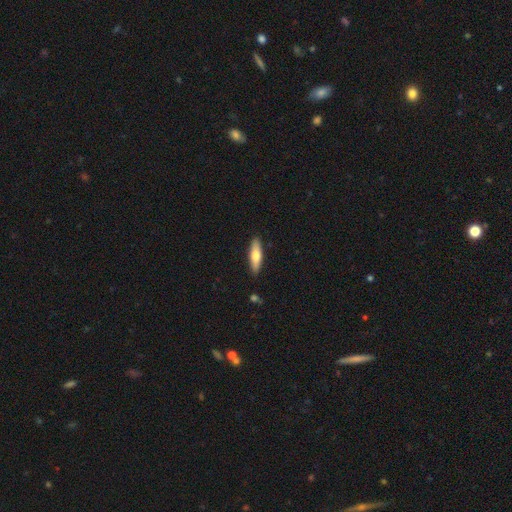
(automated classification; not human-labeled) A smooth galaxy with no disk features (65%) that is cigar-shaped (63%).

Vote fractions:
- Smooth or featured? smooth: 65% / featured or disk: 29% / star or artifact: 6%
- How rounded? cigar-shaped: 63% / in between: 35% / round: 2%
- Merging? none: 89% / minor disturbance: 8% / major disturbance: 2% / merger: 1%